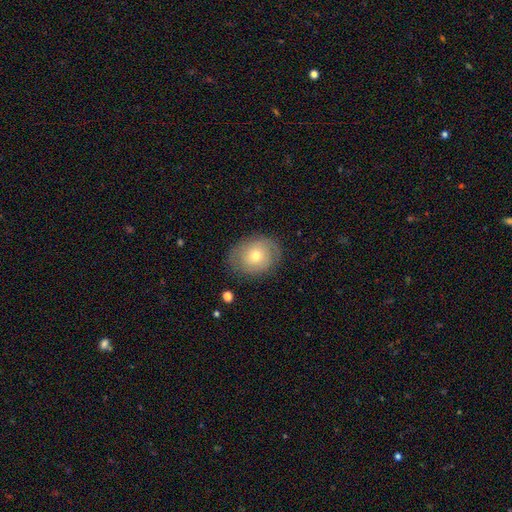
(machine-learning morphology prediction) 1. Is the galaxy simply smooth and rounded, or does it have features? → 46% featured or disk (tied), 46% smooth (tied), 8% star or artifact.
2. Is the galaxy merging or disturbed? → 78% none, 15% minor disturbance, 5% major disturbance, 1% merger.